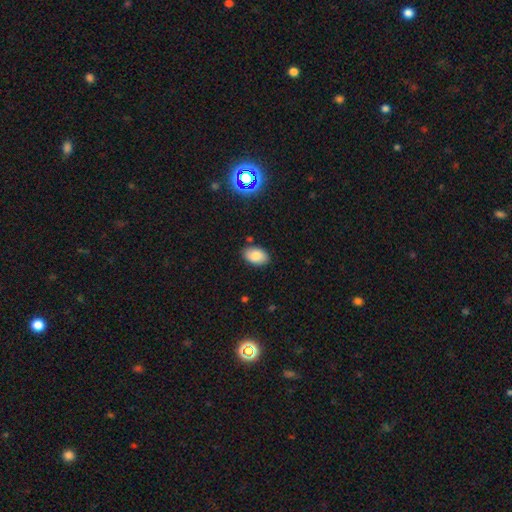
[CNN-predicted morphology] A smooth galaxy with no disk features (81%) that is in between round and cigar-shaped (90%).

Vote fractions:
- Smooth or featured? smooth: 81% / featured or disk: 10% / star or artifact: 9%
- How rounded? in between: 90% / round: 9% / cigar-shaped: 1%
- Merging? none: 84% / minor disturbance: 11% / major disturbance: 2% / merger: 2%